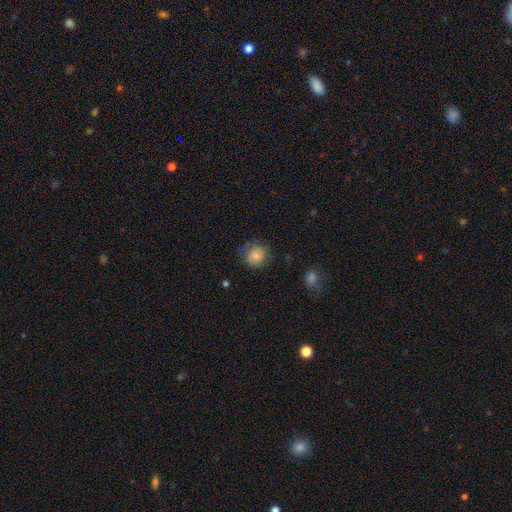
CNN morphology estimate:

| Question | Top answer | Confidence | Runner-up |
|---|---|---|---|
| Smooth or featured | smooth | 77% | featured or disk (14%) |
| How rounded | round | 84% | in between (16%) |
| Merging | none | 67% | minor disturbance (22%) |